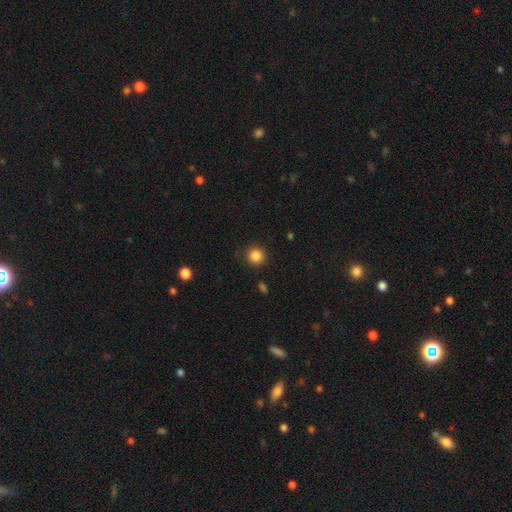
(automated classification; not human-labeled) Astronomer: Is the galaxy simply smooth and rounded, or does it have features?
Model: smooth — 86%.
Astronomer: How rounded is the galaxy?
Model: round — 94%.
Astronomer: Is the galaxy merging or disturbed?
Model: none — 90%.